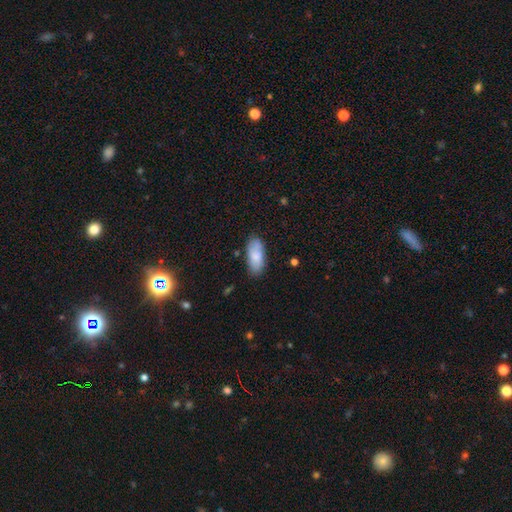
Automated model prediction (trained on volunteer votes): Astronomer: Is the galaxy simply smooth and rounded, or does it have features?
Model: smooth — 80%.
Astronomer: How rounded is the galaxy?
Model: in between — 89%.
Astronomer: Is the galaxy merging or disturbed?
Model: none — 75%.